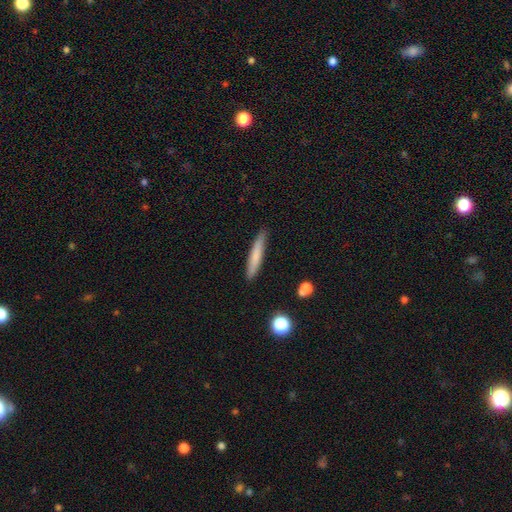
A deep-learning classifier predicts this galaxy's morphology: This is likely a smooth galaxy (73%). How rounded: clearly cigar-shaped (93%). Merging: clearly none (87%).